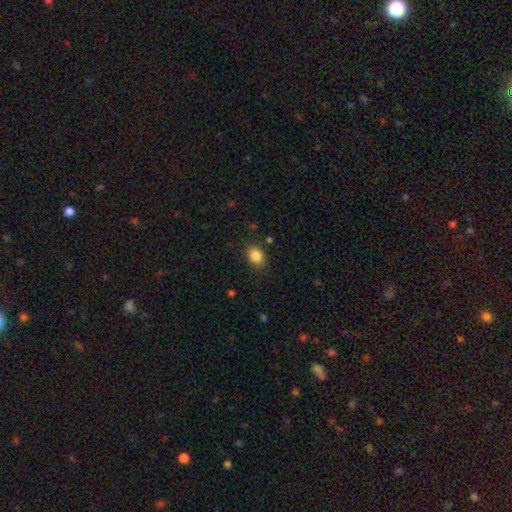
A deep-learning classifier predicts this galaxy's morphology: This appears to be a smooth galaxy with no disk features (86%) that is in between round and cigar-shaped (64%). Merging: none (85%).